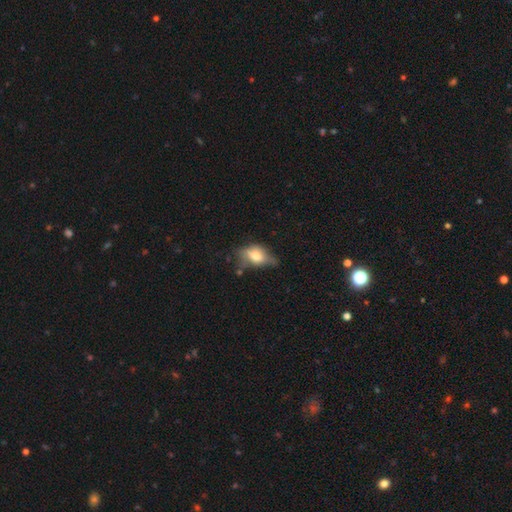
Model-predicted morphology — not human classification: This appears to be a smooth galaxy with no disk features (58%) that is in between round and cigar-shaped (81%). Merging: none (40%).